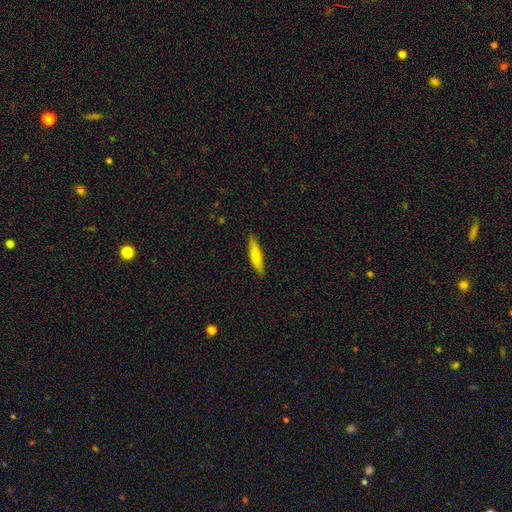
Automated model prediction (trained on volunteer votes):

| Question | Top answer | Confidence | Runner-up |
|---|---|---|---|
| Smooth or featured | smooth | 69% | featured or disk (25%) |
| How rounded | cigar-shaped | 78% | in between (20%) |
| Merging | none | 88% | minor disturbance (9%) |